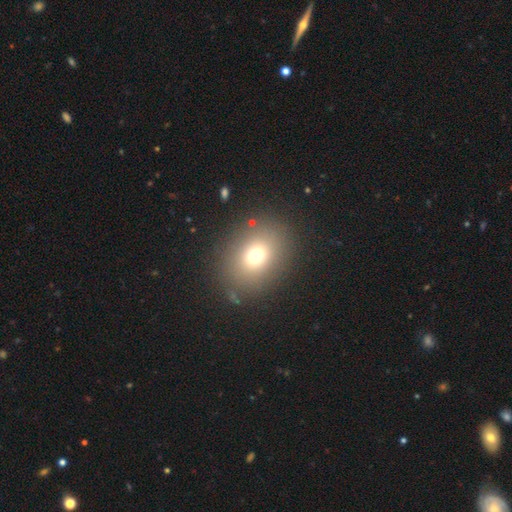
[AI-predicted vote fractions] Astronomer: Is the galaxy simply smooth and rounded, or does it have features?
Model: smooth — 72%.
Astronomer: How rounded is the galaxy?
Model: round — 54% (runner-up: in between, 45%).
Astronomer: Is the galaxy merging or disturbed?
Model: none — 85%.